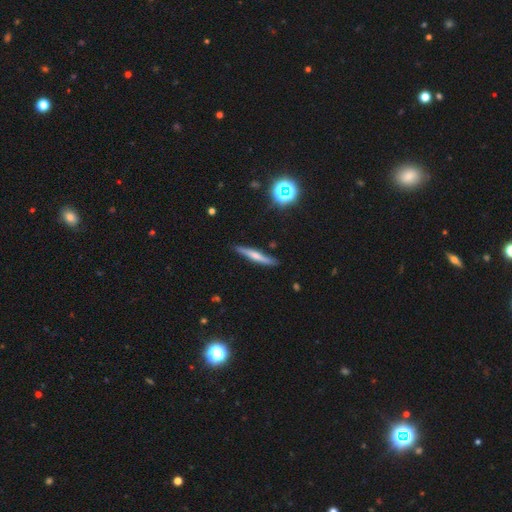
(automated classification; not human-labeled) Smooth or featured: featured or disk — 47% (smooth — 43%)
Merging: none — 86% (minor disturbance — 10%)